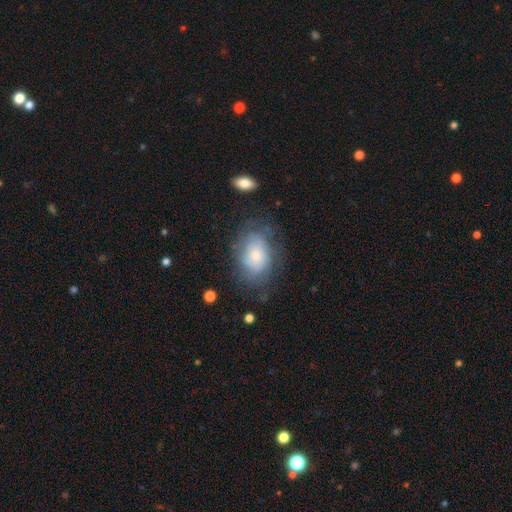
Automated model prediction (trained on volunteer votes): This is possibly a smooth galaxy (54%). How rounded: likely in between (75%). Merging: likely none (61%).